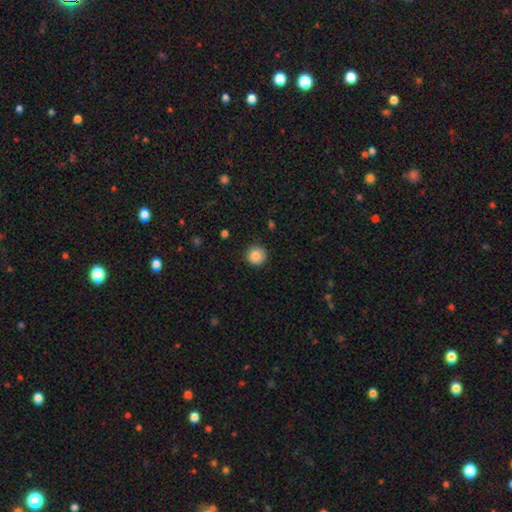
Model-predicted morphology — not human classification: Q: Smooth or featured?
A: smooth (86%); runner-up: star or artifact (9%)
Q: How rounded?
A: round (95%); runner-up: in between (4%)
Q: Merging?
A: none (89%); runner-up: minor disturbance (8%)